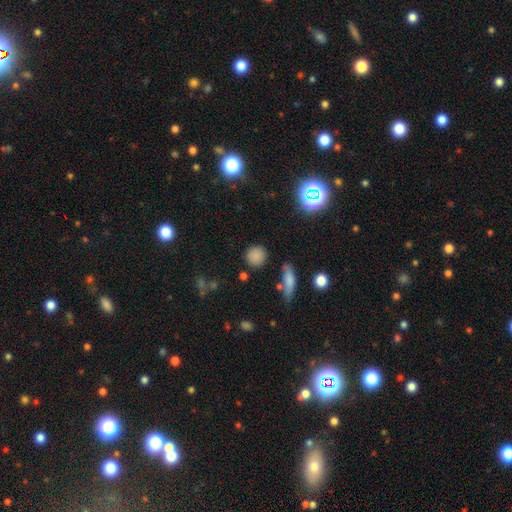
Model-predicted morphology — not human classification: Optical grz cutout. It shows a smooth galaxy with no disk features (81%) that is round (88%). Merging: none (83%).